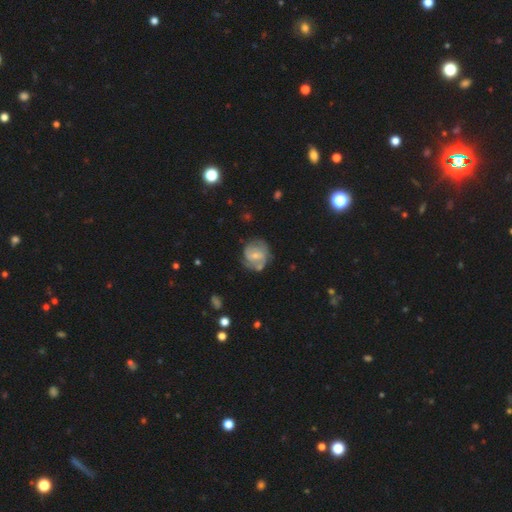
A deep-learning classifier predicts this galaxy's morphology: Smooth or featured?
  - featured or disk: 68% *
  - smooth: 25%
  - star or artifact: 6%
Edge-on disk?
  - no: 97% *
  - yes: 3%
Bar?
  - weak: 45% * (tied)
  - no: 45% * (tied)
  - strong: 11%
Spiral arms?
  - yes: 84% *
  - no: 16%
Spiral winding?
  - tight: 44% *
  - medium: 40%
  - loose: 16%
Spiral arm count?
  - 2: 50% *
  - can't tell: 26%
  - 3: 12%
  - 1: 7%
  - 4: 3%
  - more than 4: 2%
Bulge size?
  - small: 58% *
  - moderate: 37%
  - none: 3%
  - large: 1%
  - dominant: 1%
Merging?
  - none: 60% *
  - minor disturbance: 25%
  - major disturbance: 11%
  - merger: 5%